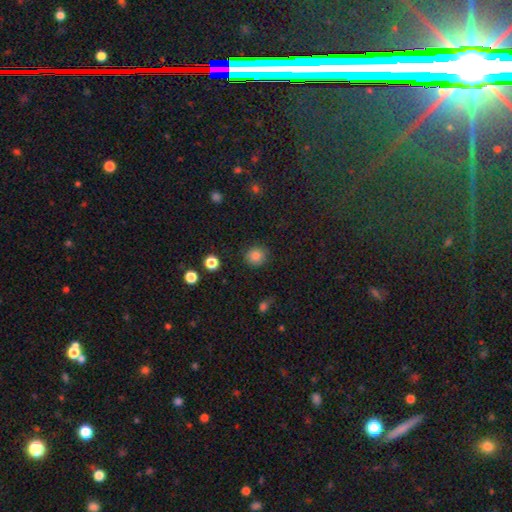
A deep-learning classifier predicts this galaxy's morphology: The model was most divided on "smooth or featured": smooth: 84%, star or artifact: 12%, featured or disk: 5%. More confident: merging — none (88%); how rounded — round (87%).